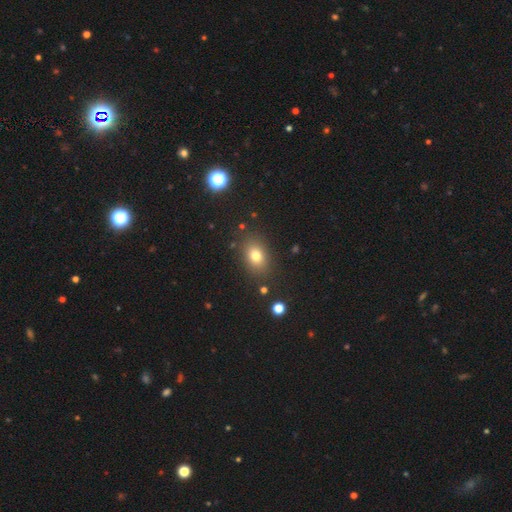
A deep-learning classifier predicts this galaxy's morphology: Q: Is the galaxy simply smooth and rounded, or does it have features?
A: smooth — 77%.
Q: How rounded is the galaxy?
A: in between — 69%.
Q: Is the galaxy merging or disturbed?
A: none — 84%.